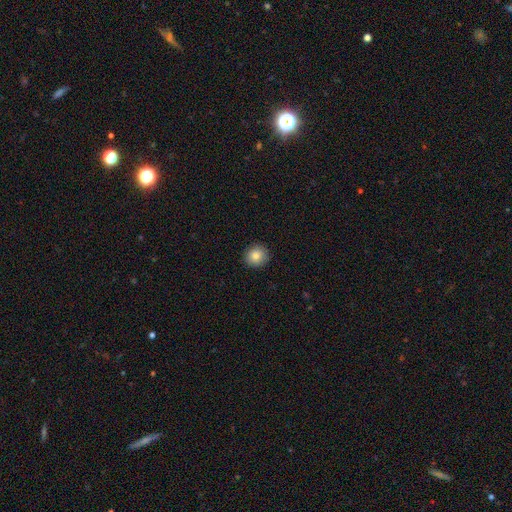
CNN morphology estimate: A smooth galaxy with no disk features (83%) that is round (91%). Merging: none (91%).